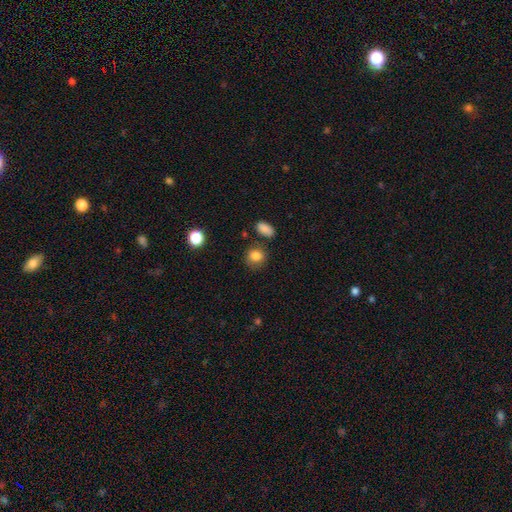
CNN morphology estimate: Smooth or featured: smooth — 83% (star or artifact — 10%)
How rounded: round — 74% (in between — 25%)
Merging: none — 72% (minor disturbance — 17%)